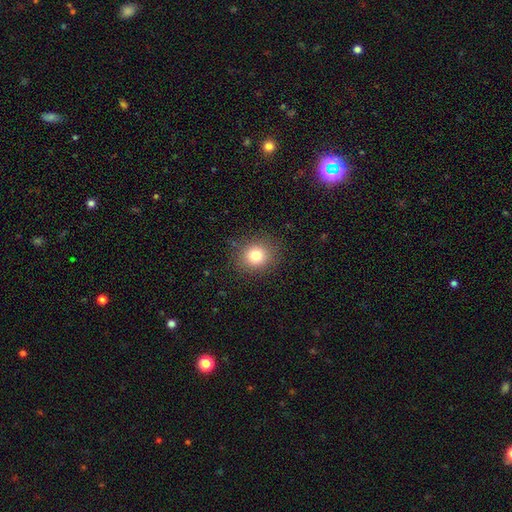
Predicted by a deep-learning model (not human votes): A smooth galaxy with no disk features (78%) that is round (83%). Merging: none (88%).